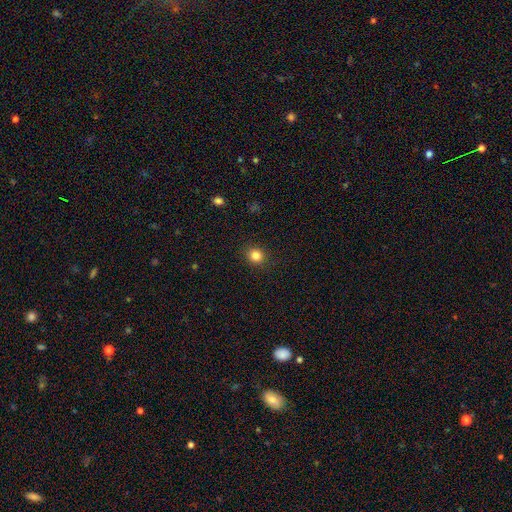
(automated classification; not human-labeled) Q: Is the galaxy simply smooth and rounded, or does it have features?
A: smooth — 84%.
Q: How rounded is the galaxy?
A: round — 82%.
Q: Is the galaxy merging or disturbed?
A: none — 90%.